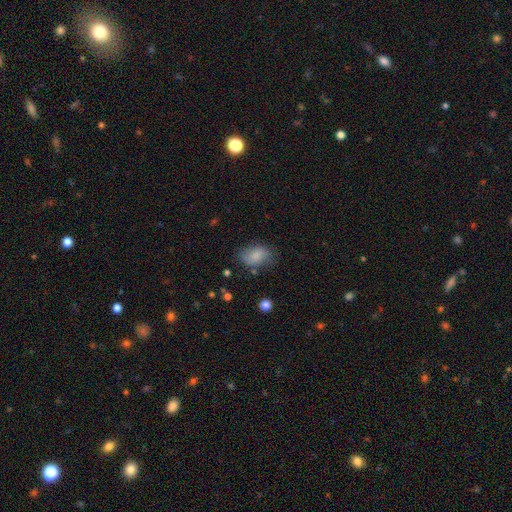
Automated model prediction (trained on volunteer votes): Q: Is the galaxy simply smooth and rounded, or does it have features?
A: smooth — 76%.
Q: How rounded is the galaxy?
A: in between — 85%.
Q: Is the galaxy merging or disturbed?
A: none — 65%.